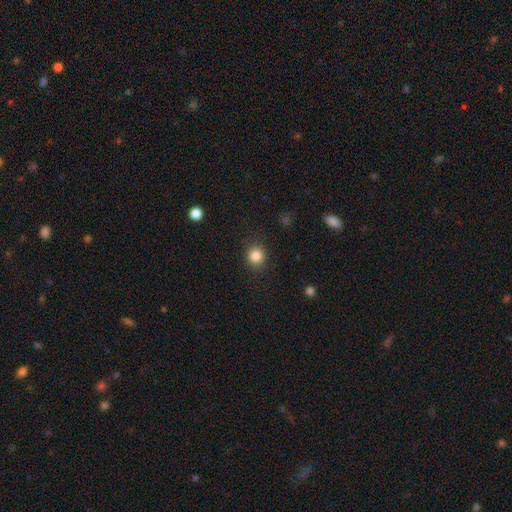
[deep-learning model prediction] Smooth or featured? Predicted: smooth (p=0.84). How rounded? Predicted: round (p=0.87). Merging? Predicted: none (p=0.90).